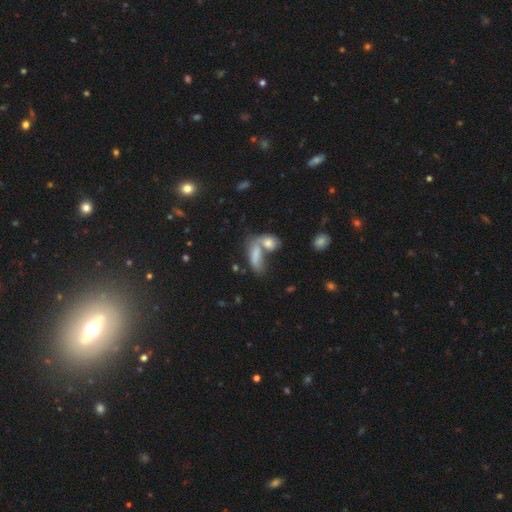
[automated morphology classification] A smooth galaxy with no disk features (75%) that is in between round and cigar-shaped (73%). Merging: merger (59%).